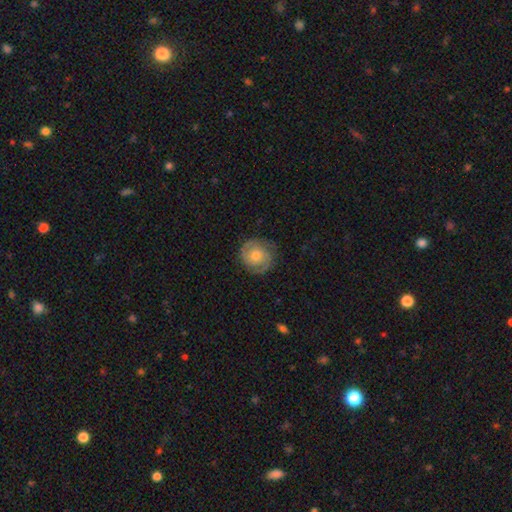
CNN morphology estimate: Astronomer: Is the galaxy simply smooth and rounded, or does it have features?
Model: featured or disk — 70%.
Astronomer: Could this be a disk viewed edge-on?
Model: no — 98%.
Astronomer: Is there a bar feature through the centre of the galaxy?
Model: no — 75%.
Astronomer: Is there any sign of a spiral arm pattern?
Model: yes — 91%.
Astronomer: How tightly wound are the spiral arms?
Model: tight — 60%.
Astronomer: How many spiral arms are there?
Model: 2 — 72%.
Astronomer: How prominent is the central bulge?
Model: moderate — 61%.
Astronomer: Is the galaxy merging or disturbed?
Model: none — 80%.